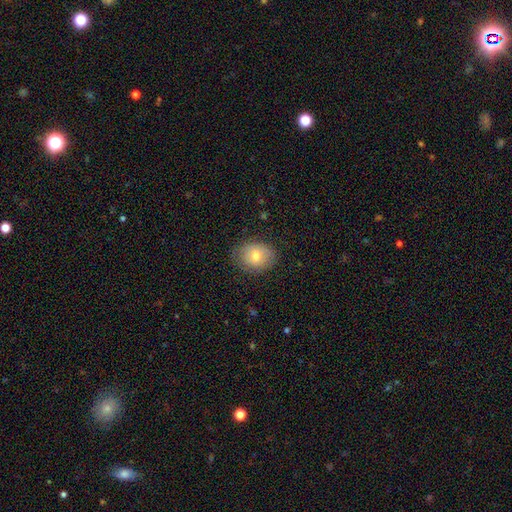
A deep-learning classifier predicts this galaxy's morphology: smooth 73%, featured or disk 19%, star or artifact 8%. Down the decision tree: how rounded — in between (55%); merging — none (78%).